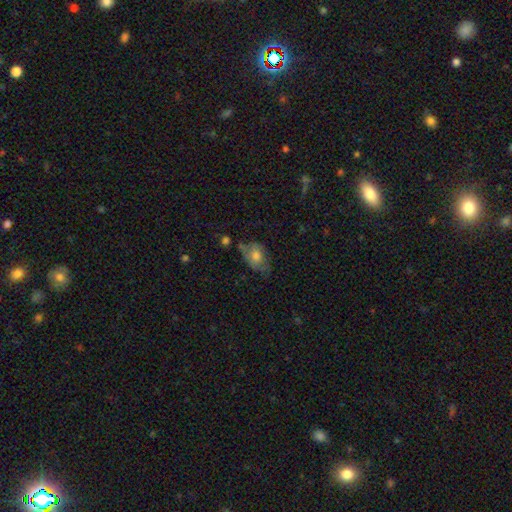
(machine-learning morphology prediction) A smooth galaxy with no disk features (66%) that is in between round and cigar-shaped (81%). Merging: none (46%).